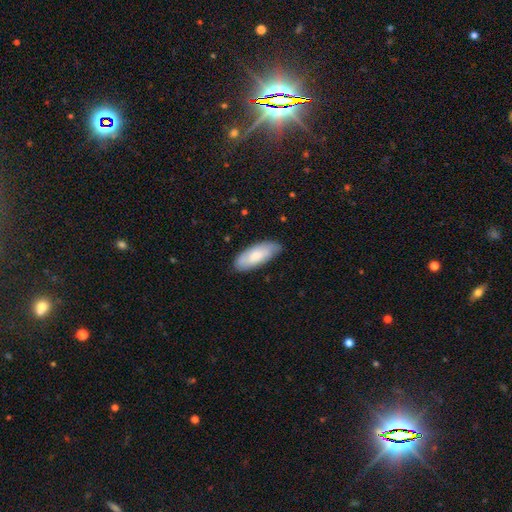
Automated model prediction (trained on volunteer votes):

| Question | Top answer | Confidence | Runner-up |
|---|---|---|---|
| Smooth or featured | smooth | 73% | featured or disk (22%) |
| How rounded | in between | 81% | cigar-shaped (18%) |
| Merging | none | 80% | minor disturbance (16%) |